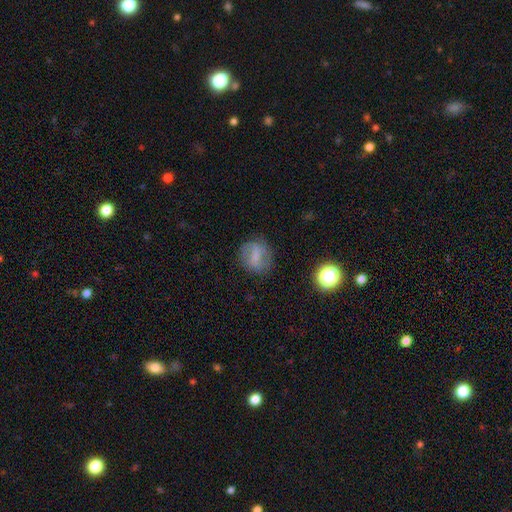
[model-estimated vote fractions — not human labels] smooth 56%, featured or disk 33%, star or artifact 11%. Down the decision tree: how rounded — round (64%); merging — none (73%).